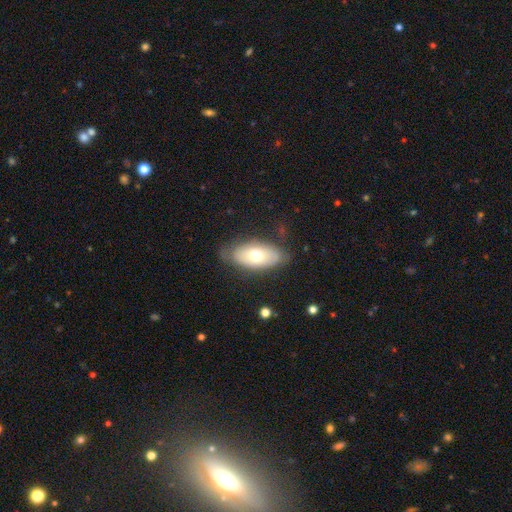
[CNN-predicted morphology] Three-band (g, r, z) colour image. It shows a smooth galaxy with no disk features (62%) that is in between round and cigar-shaped (91%). Merging: none (71%).